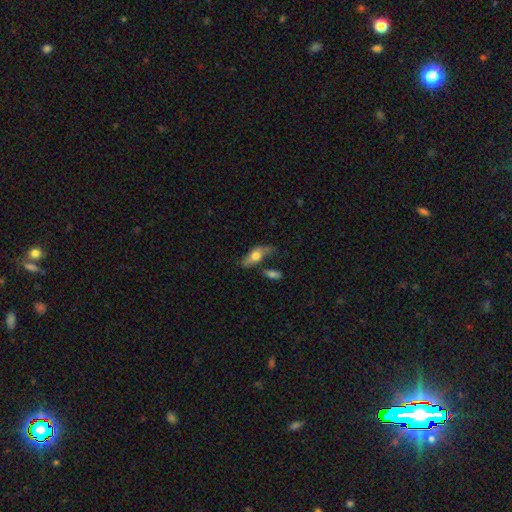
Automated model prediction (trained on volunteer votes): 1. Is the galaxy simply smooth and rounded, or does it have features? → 59% smooth, 35% featured or disk, 7% star or artifact.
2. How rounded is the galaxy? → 69% in between, 26% cigar-shaped, 4% round.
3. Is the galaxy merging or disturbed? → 50% none, 24% minor disturbance, 14% merger, 12% major disturbance.